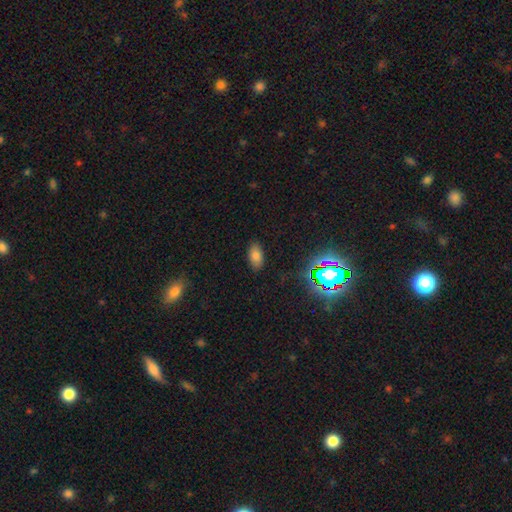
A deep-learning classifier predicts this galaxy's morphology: The model was most divided on "smooth or featured": smooth: 75%, star or artifact: 16%, featured or disk: 9%. More confident: how rounded — in between (92%); merging — none (86%).